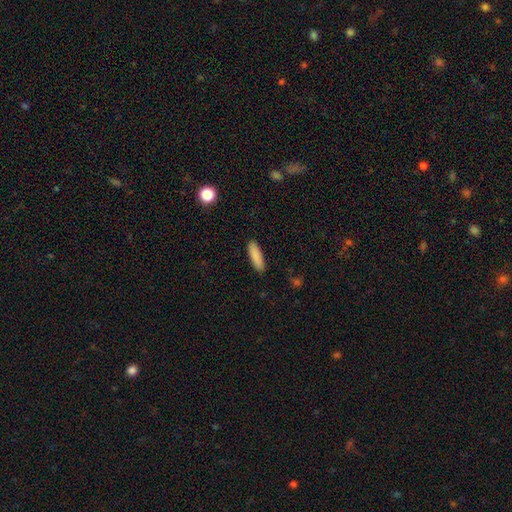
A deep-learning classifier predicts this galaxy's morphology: Q: Smooth or featured?
A: smooth (88%); runner-up: star or artifact (7%)
Q: How rounded?
A: cigar-shaped (59%); runner-up: in between (40%)
Q: Merging?
A: none (90%); runner-up: minor disturbance (8%)